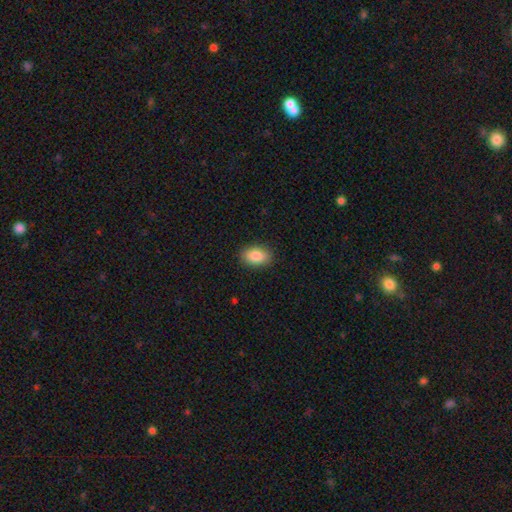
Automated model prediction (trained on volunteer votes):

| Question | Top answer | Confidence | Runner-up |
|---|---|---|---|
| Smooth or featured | smooth | 87% | star or artifact (7%) |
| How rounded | in between | 89% | round (10%) |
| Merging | none | 89% | minor disturbance (8%) |